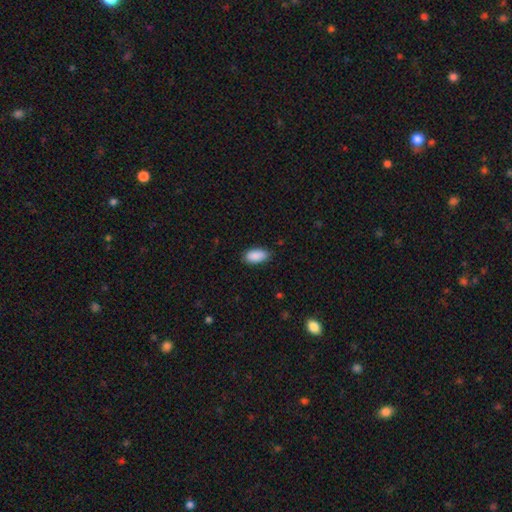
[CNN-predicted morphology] This appears to be a smooth galaxy with no disk features (90%) that is in between round and cigar-shaped (94%). Merging: none (83%).